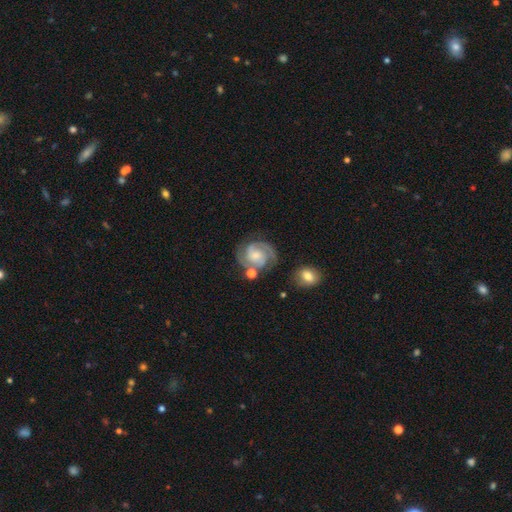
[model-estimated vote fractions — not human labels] A featured or disk galaxy (84%) with no bar (55%), 2 (79%) tight (51%) spiral arms (97%) and a moderate central bulge (39%). Merging: none (69%).